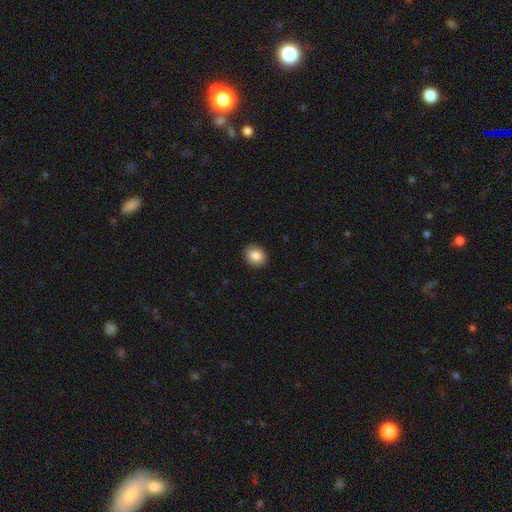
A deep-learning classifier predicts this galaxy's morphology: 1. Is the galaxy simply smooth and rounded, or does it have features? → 85% smooth, 8% star or artifact, 6% featured or disk.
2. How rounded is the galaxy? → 65% round, 34% in between, 1% cigar-shaped.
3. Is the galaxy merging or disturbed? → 91% none, 6% minor disturbance, 2% major disturbance, 1% merger.